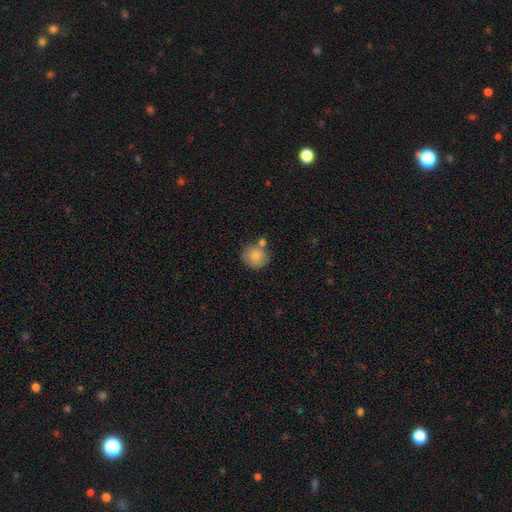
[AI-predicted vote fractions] This appears to be a smooth galaxy with no disk features (81%) that is round (88%). Merging: none (64%).